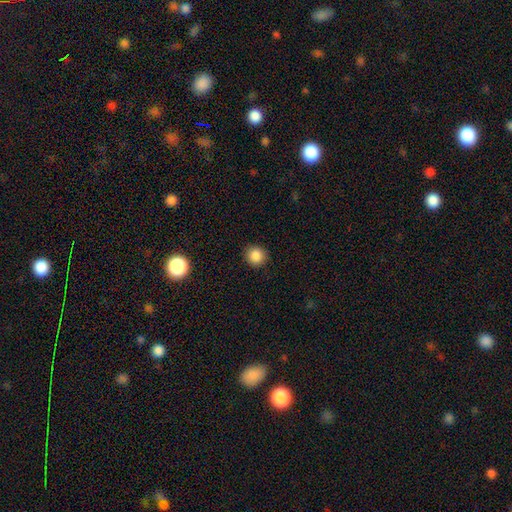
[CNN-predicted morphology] smooth 86%, star or artifact 10%, featured or disk 3%. Down the decision tree: how rounded — round (91%); merging — none (91%).